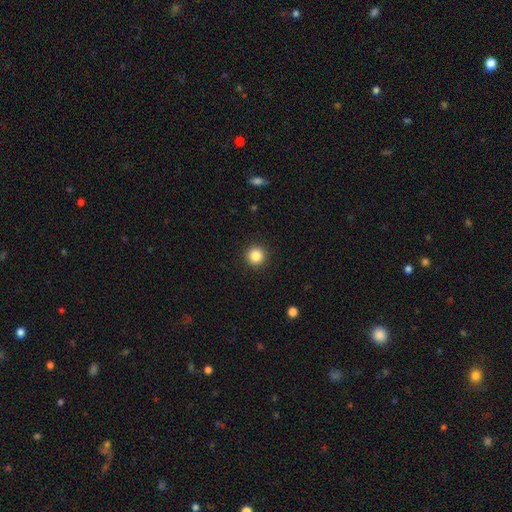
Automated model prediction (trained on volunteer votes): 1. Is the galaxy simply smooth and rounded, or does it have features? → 86% smooth, 10% star or artifact, 4% featured or disk.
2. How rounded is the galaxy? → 95% round, 4% in between, 1% cigar-shaped.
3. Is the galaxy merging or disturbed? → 93% none, 5% minor disturbance, 2% major disturbance, 1% merger.